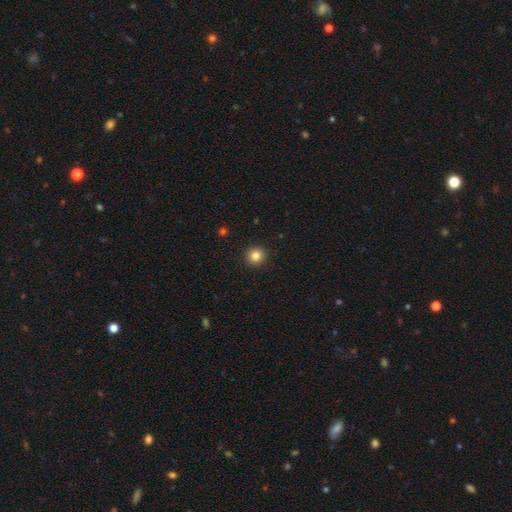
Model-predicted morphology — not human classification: Overall: smooth (83%). How rounded: round (94%). Merging: none (93%).